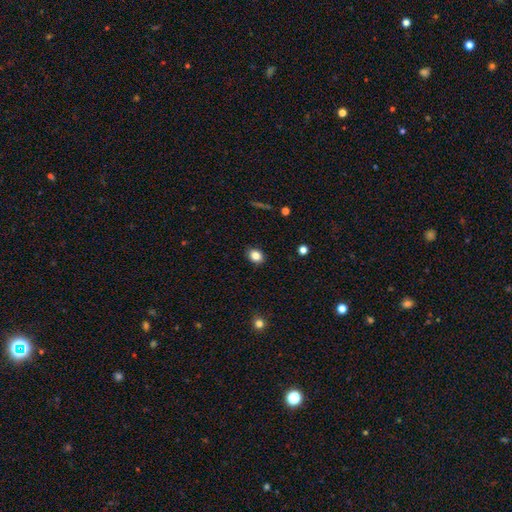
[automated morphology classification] Smooth or featured? Predicted: smooth (p=0.83). How rounded? Predicted: in between (p=0.57). Merging? Predicted: none (p=0.89).